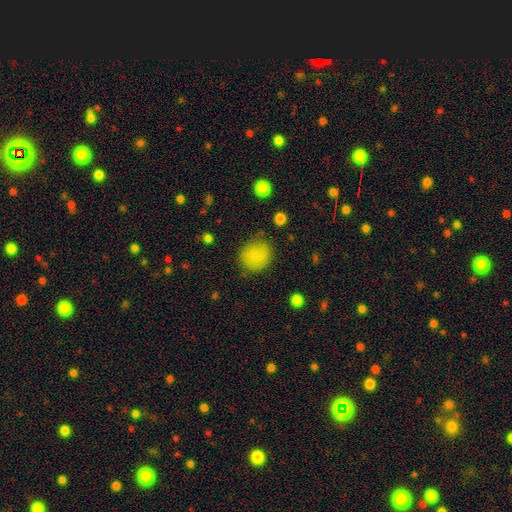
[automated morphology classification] The model was most divided on "how rounded": round: 80%, in between: 19%, cigar-shaped: 1%. More confident: smooth or featured — smooth (83%); merging — none (80%).